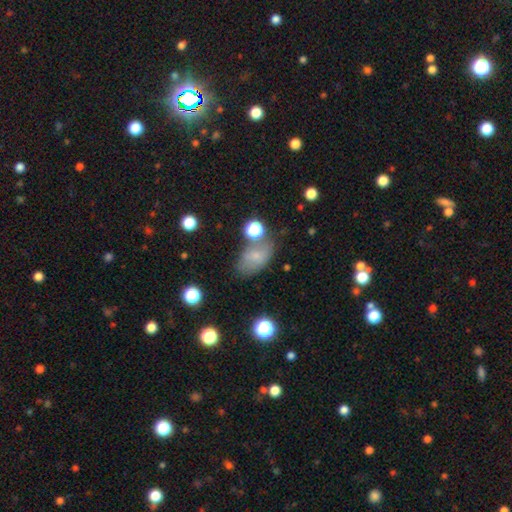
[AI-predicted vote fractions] Q: Smooth or featured?
A: smooth (68%); runner-up: featured or disk (18%)
Q: How rounded?
A: in between (87%); runner-up: round (11%)
Q: Merging?
A: none (61%); runner-up: minor disturbance (21%)